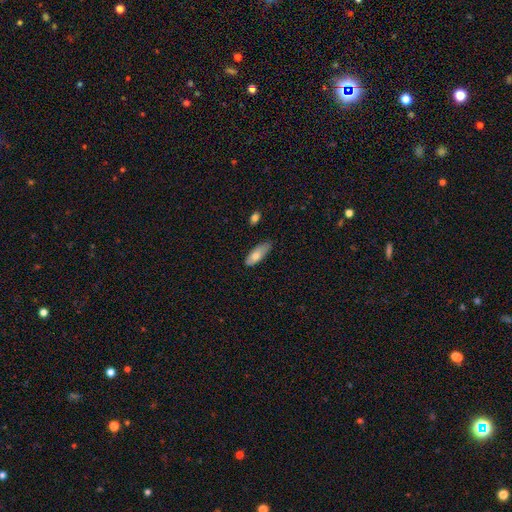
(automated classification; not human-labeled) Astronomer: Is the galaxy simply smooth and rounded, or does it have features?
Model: smooth — 72%.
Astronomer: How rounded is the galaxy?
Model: in between — 74%.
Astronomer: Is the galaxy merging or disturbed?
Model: none — 62%.